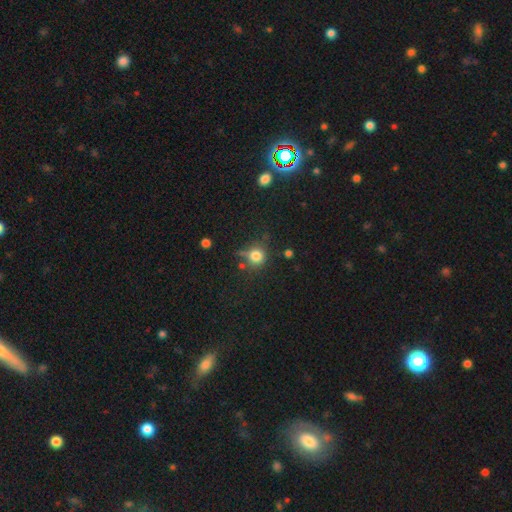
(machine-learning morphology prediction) Smooth or featured? smooth (78%)
How rounded? round (84%)
Merging? none (64%)